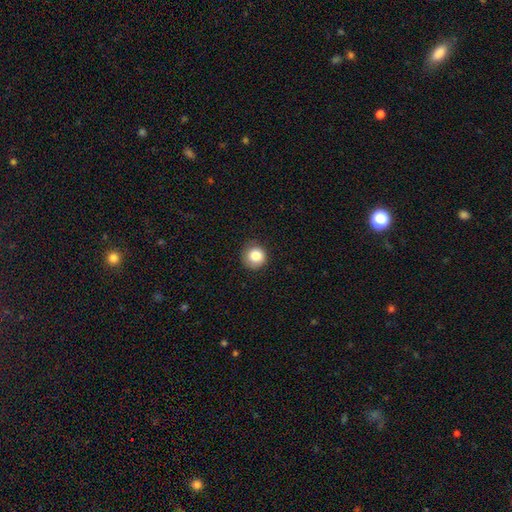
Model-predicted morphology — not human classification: smooth_or_featured: smooth (p=0.84) [alt: star or artifact p=0.10]
how_rounded: round (p=0.94) [alt: in between p=0.05]
merging: none (p=0.84) [alt: minor disturbance p=0.12]